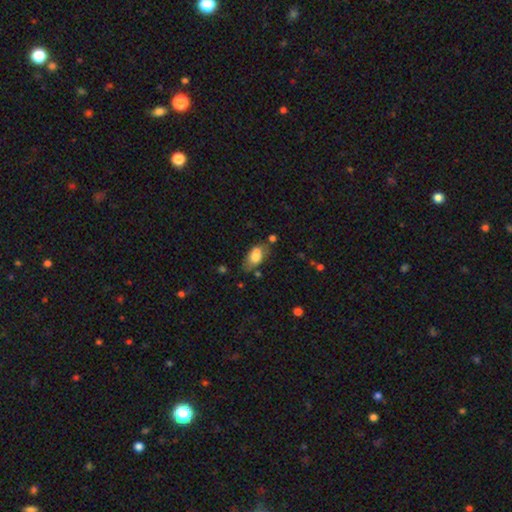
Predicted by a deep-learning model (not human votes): Smooth or featured: smooth — 72% (featured or disk — 20%)
How rounded: in between — 88% (round — 6%)
Merging: none — 48% (minor disturbance — 27%)